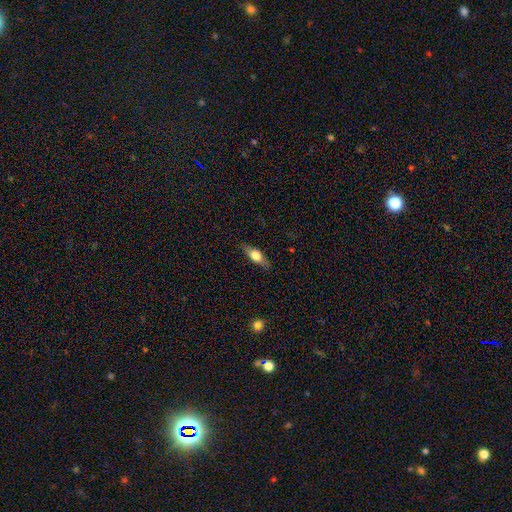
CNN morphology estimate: type=smooth (55%); roundness=in between (58%); merging=none (84%).